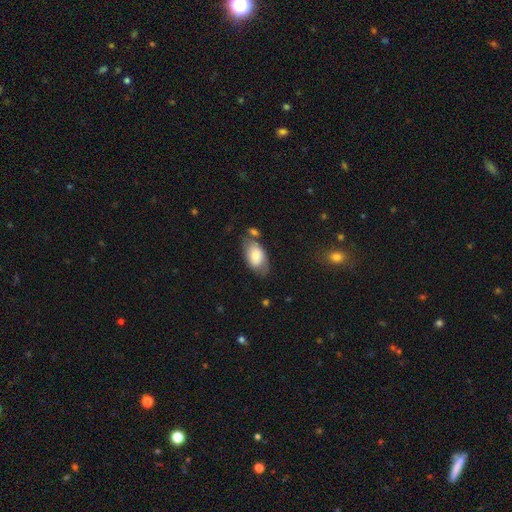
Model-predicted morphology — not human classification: Smooth or featured? smooth (73%)
How rounded? in between (93%)
Merging? none (60%)